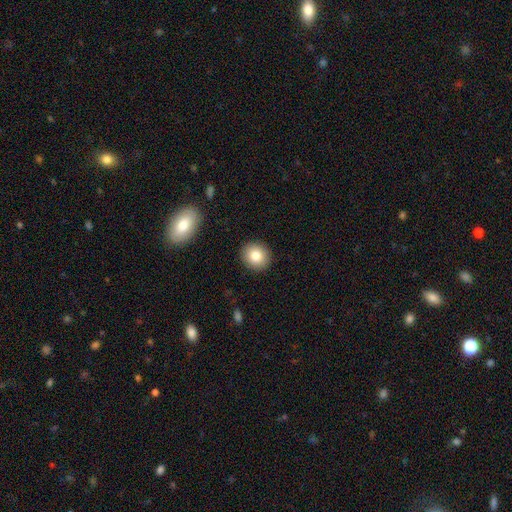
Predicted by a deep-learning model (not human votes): smooth_or_featured: smooth (p=0.82) [alt: star or artifact p=0.09]
how_rounded: round (p=0.81) [alt: in between p=0.18]
merging: none (p=0.91) [alt: minor disturbance p=0.06]